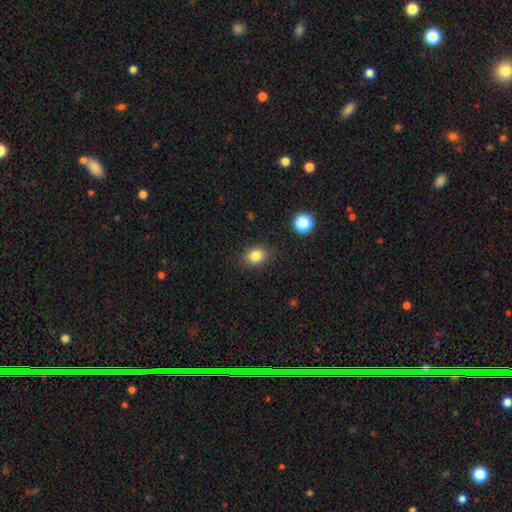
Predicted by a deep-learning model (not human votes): A smooth galaxy with no disk features (83%) that is round (51%). Merging: none (87%).